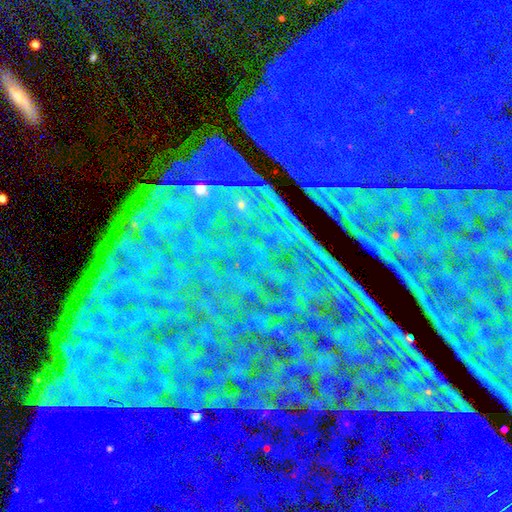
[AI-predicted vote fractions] star or artifact 86%, featured or disk 8%, smooth 7%.